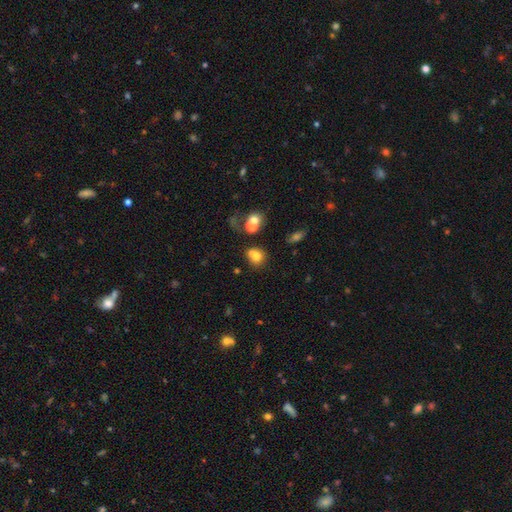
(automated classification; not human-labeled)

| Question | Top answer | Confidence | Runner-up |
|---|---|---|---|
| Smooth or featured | smooth | 70% | featured or disk (16%) |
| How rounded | round | 77% | in between (22%) |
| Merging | none | 44% | merger (37%) |